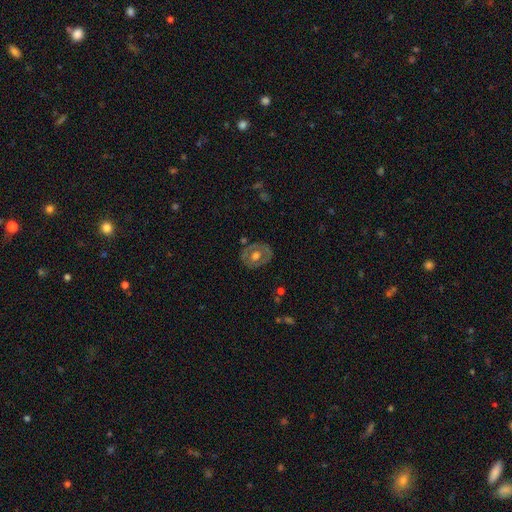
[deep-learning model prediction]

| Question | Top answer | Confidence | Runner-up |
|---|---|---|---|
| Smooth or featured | featured or disk | 51% | smooth (42%) |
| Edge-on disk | no | 94% | yes (6%) |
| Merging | none | 77% | minor disturbance (16%) |